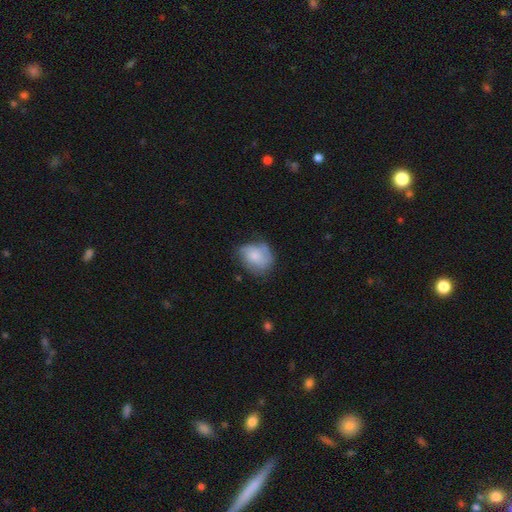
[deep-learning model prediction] Overall: smooth (64%; featured or disk 28%). How rounded: in between (52%; round 47%). Merging: none (49%; minor disturbance 34%).